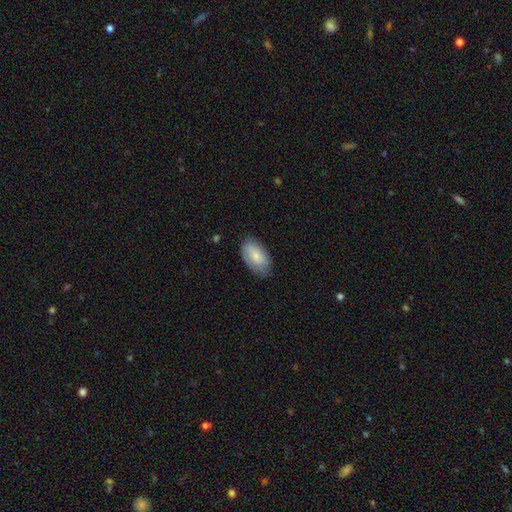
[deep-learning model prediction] smooth-or-featured: smooth: 76% | featured or disk: 18% | star or artifact: 6%
  how-rounded: in between: 94% | round: 5% | cigar-shaped: 2%
  merging: none: 75% | minor disturbance: 20% | major disturbance: 4% | merger: 1%